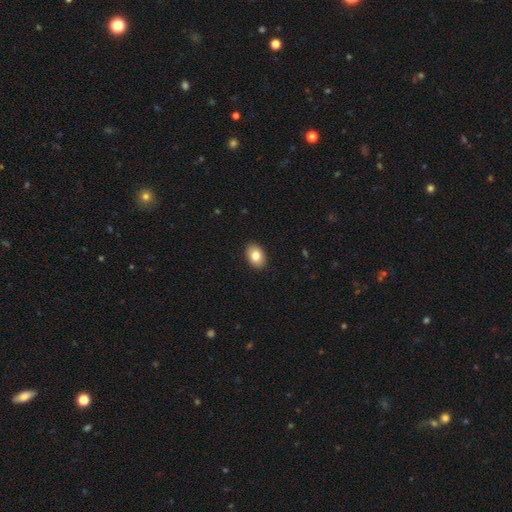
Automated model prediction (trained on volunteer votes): Q: Smooth or featured?
A: smooth (81%); runner-up: featured or disk (11%)
Q: How rounded?
A: in between (83%); runner-up: round (16%)
Q: Merging?
A: none (90%); runner-up: minor disturbance (7%)